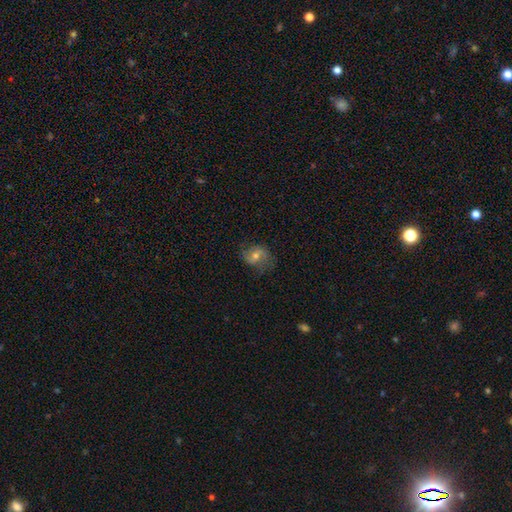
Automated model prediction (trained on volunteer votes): A featured or disk galaxy (50%). Merging: none (67%).